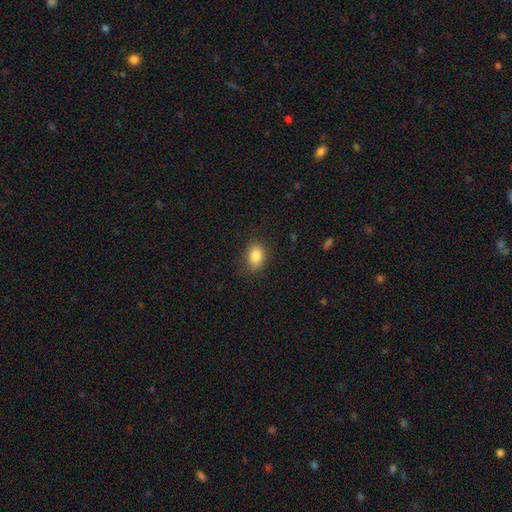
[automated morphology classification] Smooth or featured? smooth (86%)
How rounded? in between (74%)
Merging? none (80%)